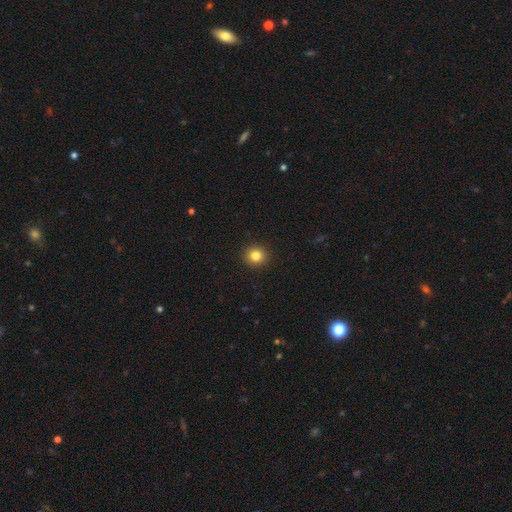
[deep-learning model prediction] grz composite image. It shows a smooth galaxy with no disk features (83%) that is round (91%). Merging: none (93%).